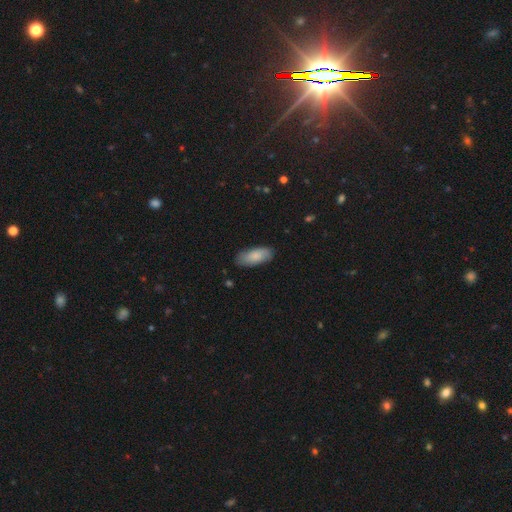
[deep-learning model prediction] A smooth galaxy with no disk features (79%) that is in between round and cigar-shaped (84%). Merging: none (81%).